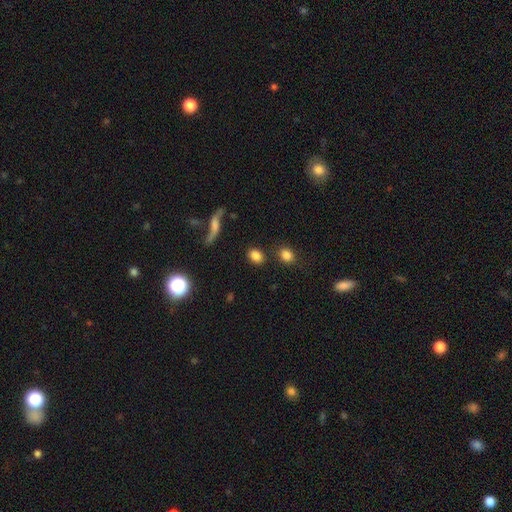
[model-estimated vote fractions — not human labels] This appears to be a smooth galaxy with no disk features (83%) that is in between round and cigar-shaped (63%). Merging: none (78%).